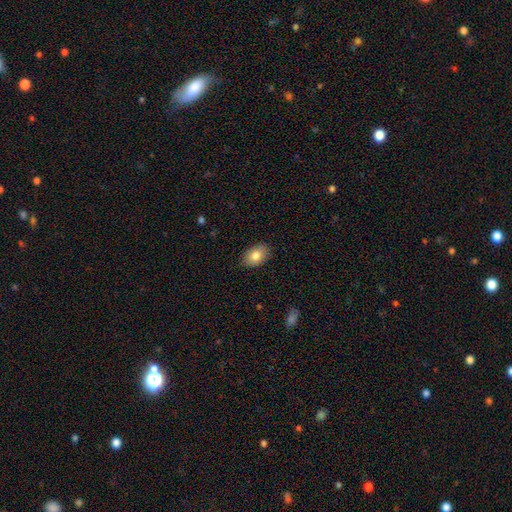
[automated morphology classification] smooth 81%, featured or disk 12%, star or artifact 8%. Down the decision tree: how rounded — in between (86%); merging — none (87%).